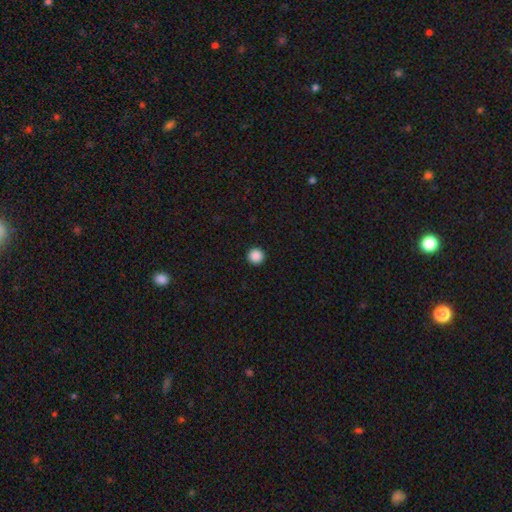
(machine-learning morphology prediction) Q: Smooth or featured?
A: smooth (88%); runner-up: star or artifact (10%)
Q: How rounded?
A: round (97%); runner-up: in between (2%)
Q: Merging?
A: none (94%); runner-up: minor disturbance (4%)